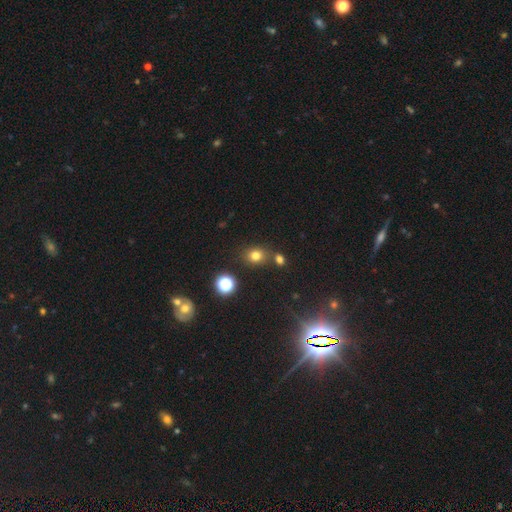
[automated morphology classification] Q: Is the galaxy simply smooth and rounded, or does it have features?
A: smooth — 74%.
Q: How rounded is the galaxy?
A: round — 63%.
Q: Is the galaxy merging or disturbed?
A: none — 73%.